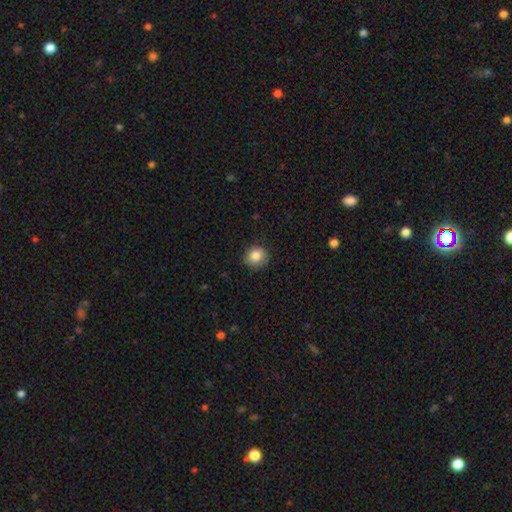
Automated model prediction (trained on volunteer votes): Smooth or featured? Predicted: smooth (p=0.84). How rounded? Predicted: round (p=0.86). Merging? Predicted: none (p=0.85).